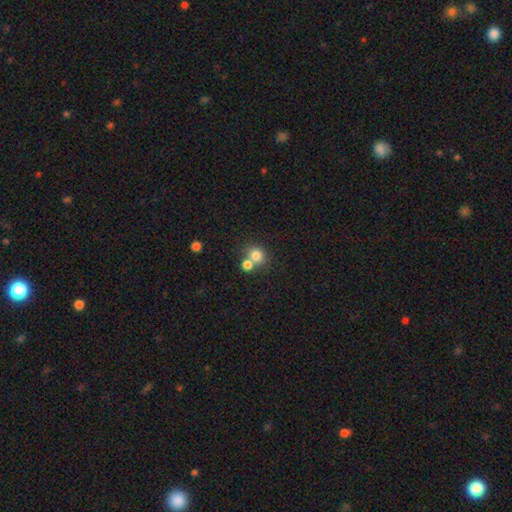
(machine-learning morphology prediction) A smooth galaxy with no disk features (79%) that is round (83%).

Vote fractions:
- Smooth or featured? smooth: 79% / star or artifact: 12% / featured or disk: 9%
- How rounded? round: 83% / in between: 16% / cigar-shaped: 1%
- Merging? none: 48% / merger: 42% / minor disturbance: 7% / major disturbance: 3%